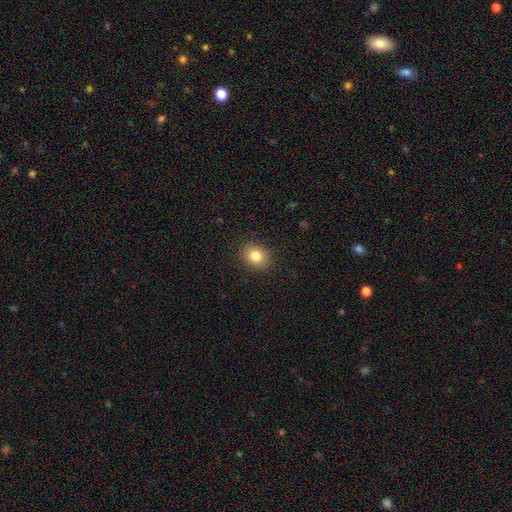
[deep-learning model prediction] This appears to be a smooth galaxy with no disk features (82%) that is round (58%). Merging: none (89%).